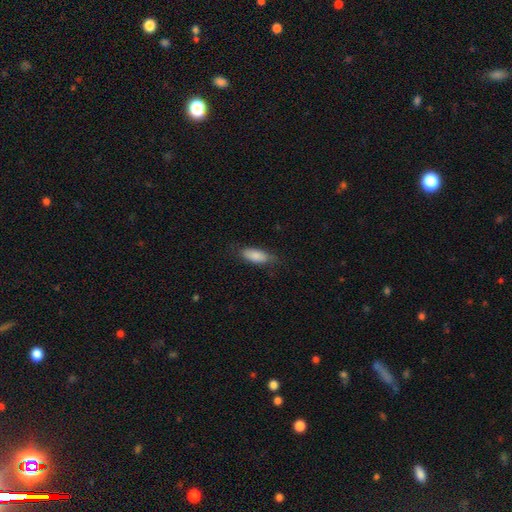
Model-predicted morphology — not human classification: Overall: smooth (86%). How rounded: in between (76%). Merging: none (75%).